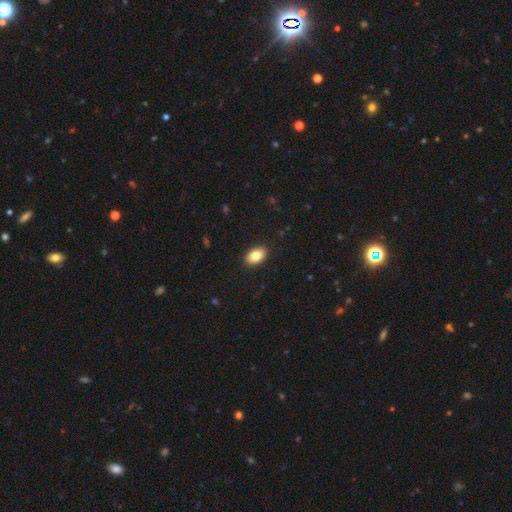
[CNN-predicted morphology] smooth-or-featured: smooth: 82% | featured or disk: 11% | star or artifact: 7%
  how-rounded: in between: 90% | round: 8% | cigar-shaped: 2%
  merging: none: 90% | minor disturbance: 7% | major disturbance: 2% | merger: 1%